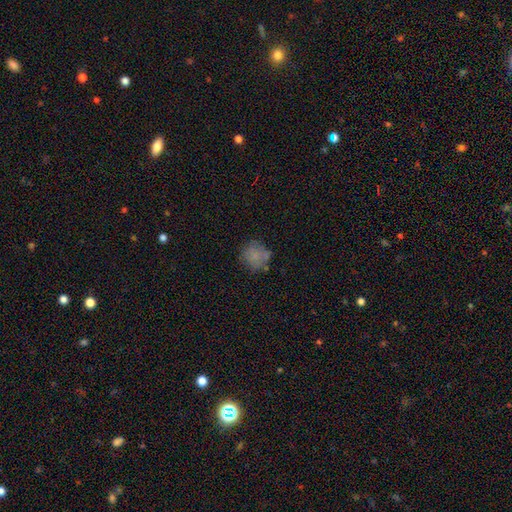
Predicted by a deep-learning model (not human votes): Morphology: type=smooth (72%); roundness=round (84%); merging=none (64%).